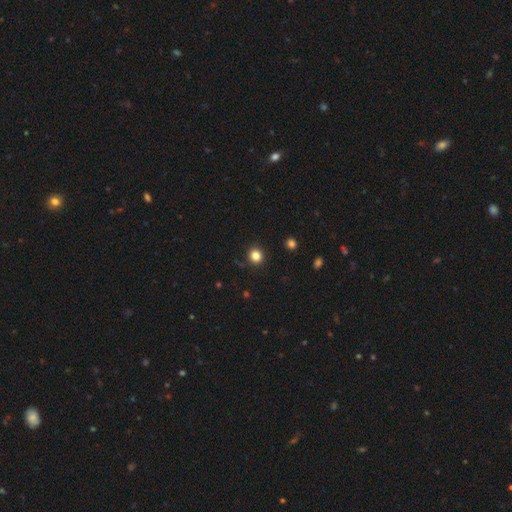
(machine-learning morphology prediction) smooth-or-featured: smooth: 83% | star or artifact: 13% | featured or disk: 4%
  how-rounded: round: 90% | in between: 9% | cigar-shaped: 1%
  merging: none: 91% | minor disturbance: 6% | major disturbance: 2% | merger: 1%